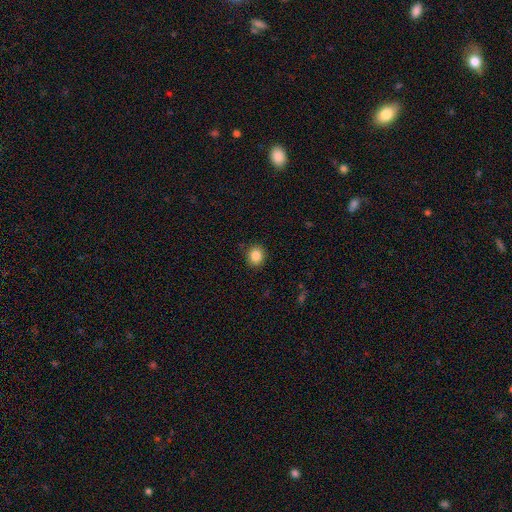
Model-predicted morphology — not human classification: Smooth or featured?
  - smooth: 85% *
  - star or artifact: 10%
  - featured or disk: 5%
How rounded?
  - round: 78% *
  - in between: 21%
  - cigar-shaped: 1%
Merging?
  - none: 89% *
  - minor disturbance: 7%
  - major disturbance: 2%
  - merger: 1%